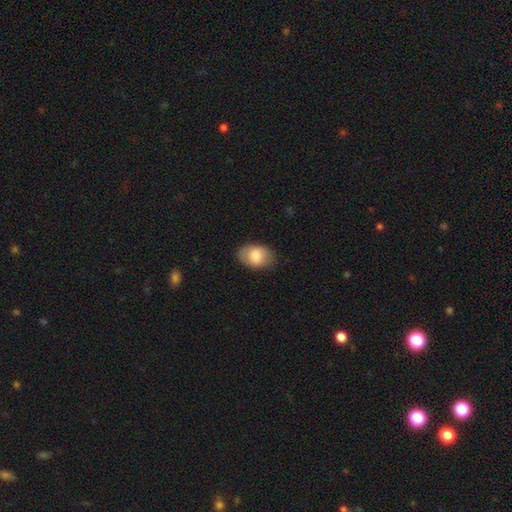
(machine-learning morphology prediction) This is likely a smooth galaxy (77%). How rounded: clearly in between (86%). Merging: likely none (80%).